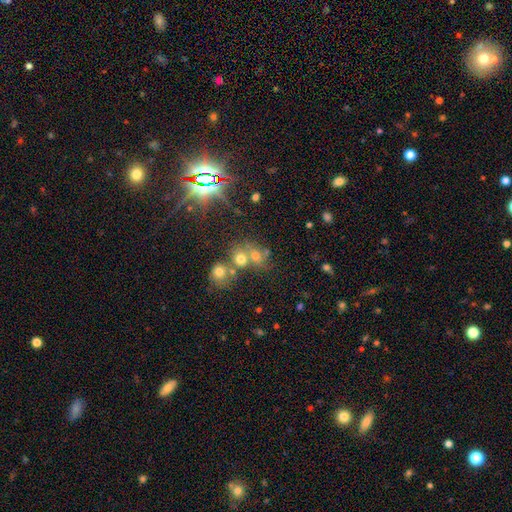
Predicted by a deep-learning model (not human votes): A smooth galaxy with no disk features (52%) that is round (68%). Merging: none (44%).